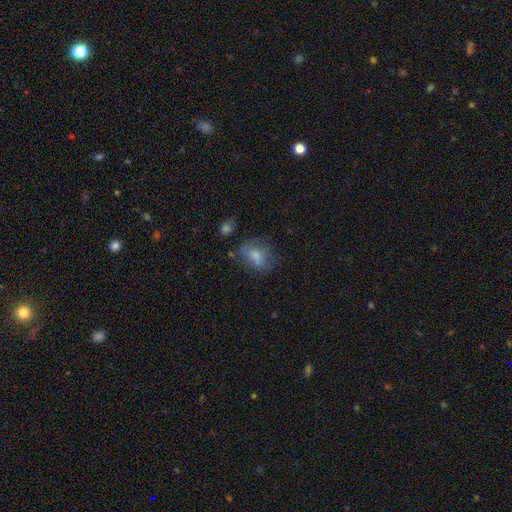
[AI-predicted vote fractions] A smooth galaxy with no disk features (63%) that is in between round and cigar-shaped (63%). Merging: none (44%).